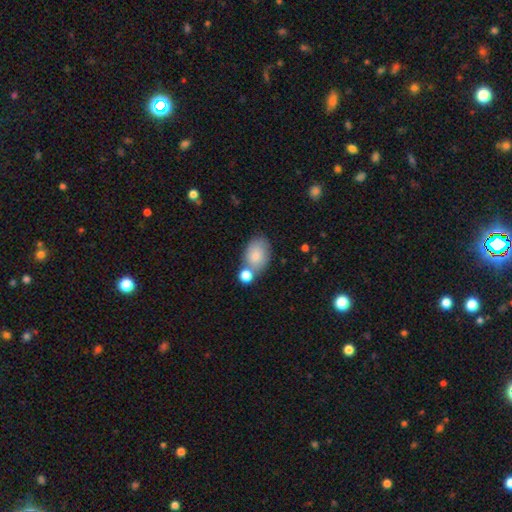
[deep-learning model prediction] Smooth or featured? smooth (78%)
How rounded? in between (81%)
Merging? none (54%)